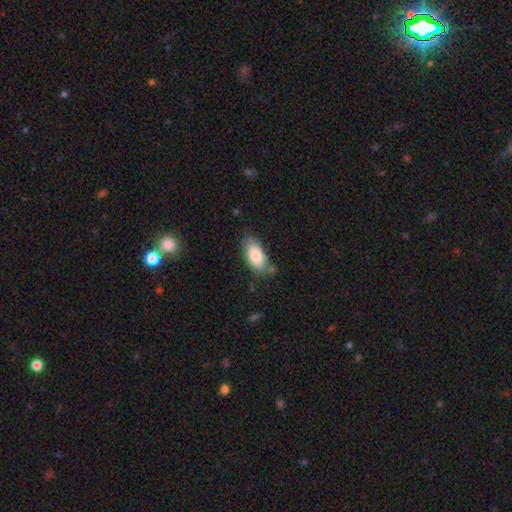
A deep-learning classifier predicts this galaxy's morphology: Q: Smooth or featured?
A: smooth (81%); runner-up: featured or disk (12%)
Q: How rounded?
A: in between (93%); runner-up: cigar-shaped (4%)
Q: Merging?
A: none (74%); runner-up: minor disturbance (19%)